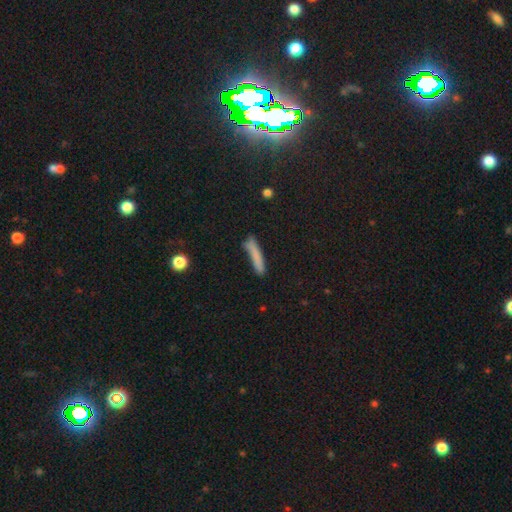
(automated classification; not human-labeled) Smooth or featured: smooth — 77% (featured or disk — 15%)
How rounded: cigar-shaped — 92% (in between — 6%)
Merging: none — 67% (minor disturbance — 21%)